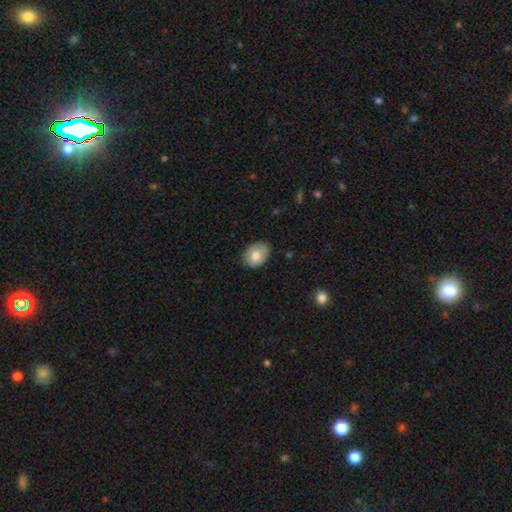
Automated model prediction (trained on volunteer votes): Morphology: type=smooth (76%); roundness=in between (67%); merging=none (81%).